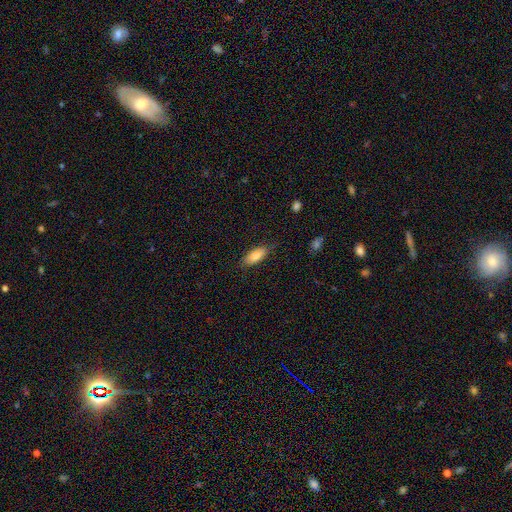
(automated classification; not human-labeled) Smooth or featured? Predicted: smooth (p=0.84). How rounded? Predicted: in between (p=0.81). Merging? Predicted: none (p=0.82).